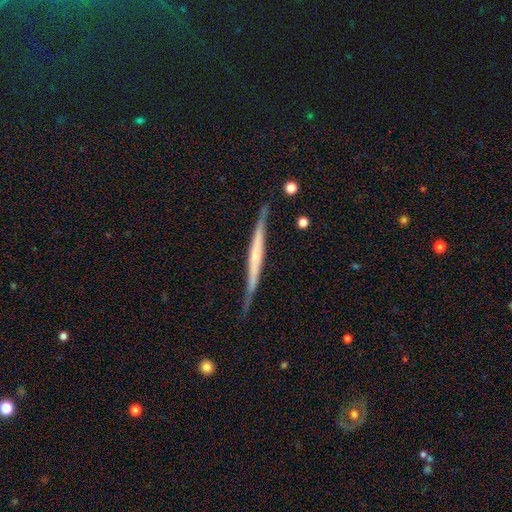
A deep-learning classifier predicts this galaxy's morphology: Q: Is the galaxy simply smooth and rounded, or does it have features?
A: featured or disk — 67%.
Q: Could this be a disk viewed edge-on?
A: yes — 96%.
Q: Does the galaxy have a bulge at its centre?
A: none — 63%.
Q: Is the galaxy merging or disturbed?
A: none — 78%.